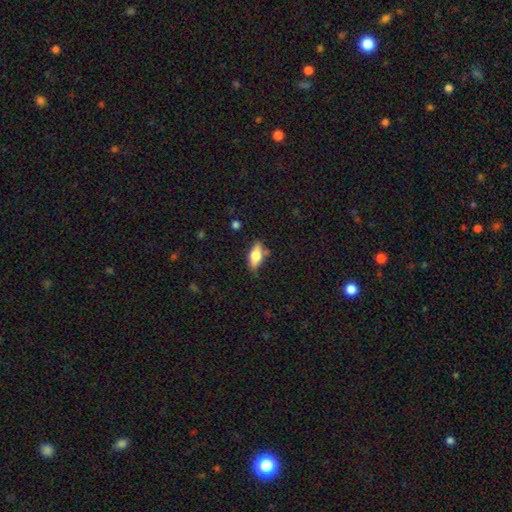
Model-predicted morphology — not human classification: This is likely a smooth galaxy (63%). How rounded: likely in between (79%). Merging: likely none (69%).